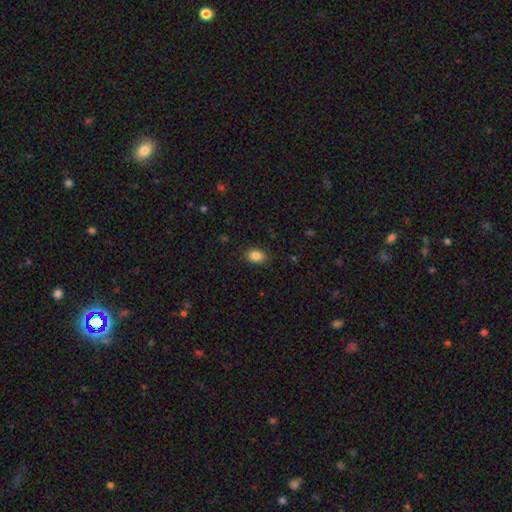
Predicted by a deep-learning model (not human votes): Morphology: type=smooth (86%); roundness=in between (77%); merging=none (88%).